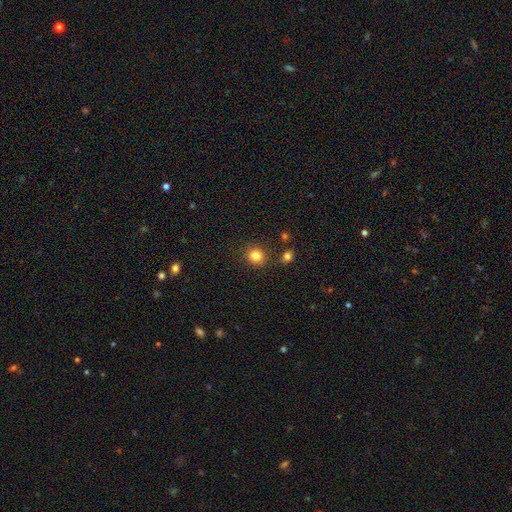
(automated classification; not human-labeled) The model was most divided on "how rounded": round: 78%, in between: 21%, cigar-shaped: 1%. More confident: merging — none (83%); smooth or featured — smooth (83%).